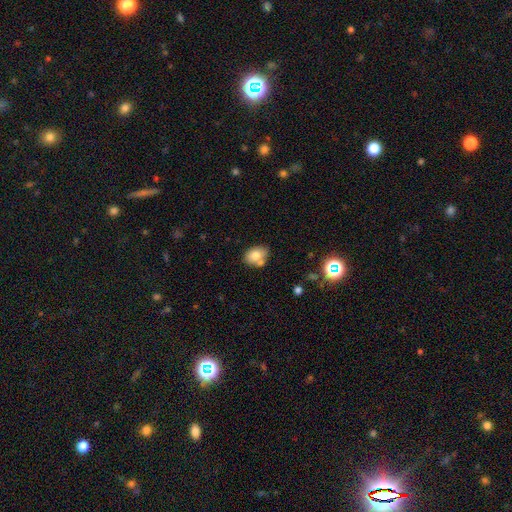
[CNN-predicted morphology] A smooth galaxy with no disk features (76%) that is in between round and cigar-shaped (67%). Merging: none (60%).